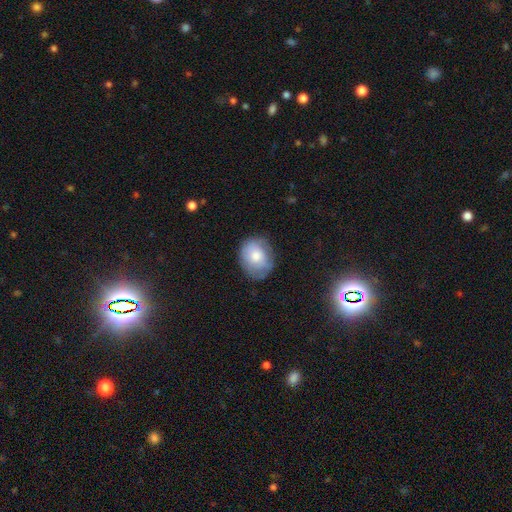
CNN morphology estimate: Smooth or featured? smooth (71%)
How rounded? round (53%)
Merging? none (68%)